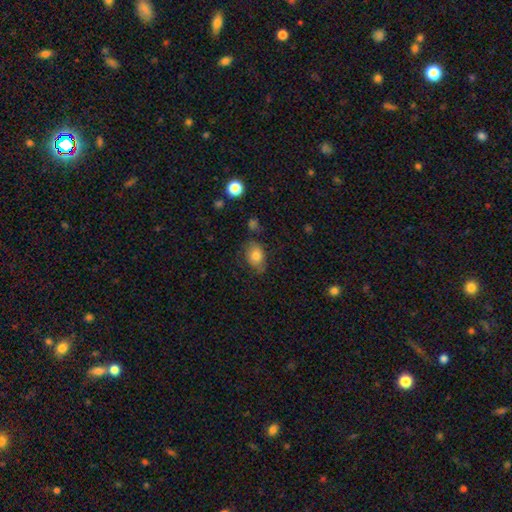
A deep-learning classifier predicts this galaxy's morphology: A smooth galaxy with no disk features (76%) that is in between round and cigar-shaped (75%).

Vote fractions:
- Smooth or featured? smooth: 76% / featured or disk: 15% / star or artifact: 9%
- How rounded? in between: 75% / round: 24% / cigar-shaped: 1%
- Merging? none: 65% / minor disturbance: 25% / major disturbance: 8% / merger: 3%